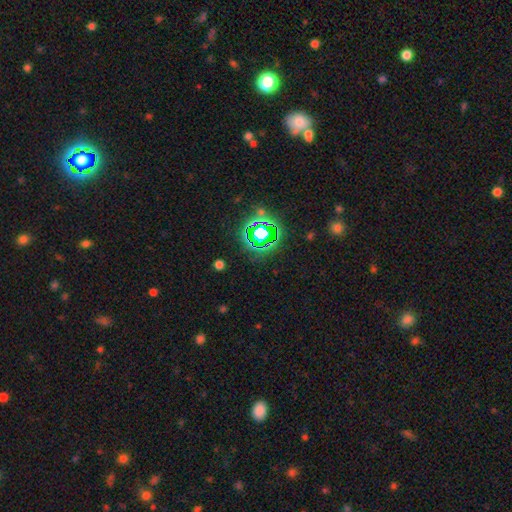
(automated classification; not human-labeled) Morphology: type=star or artifact (79%).